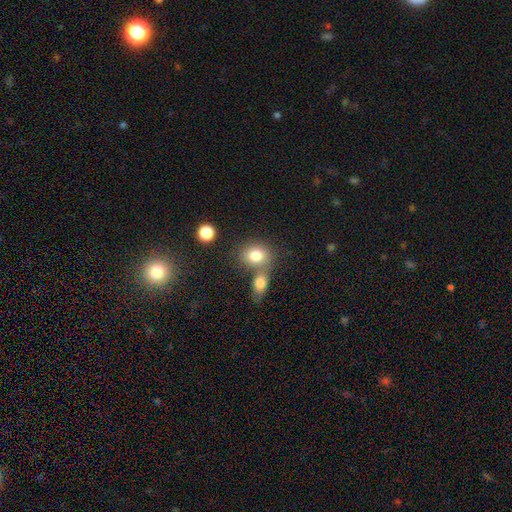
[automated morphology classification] Smooth or featured? Predicted: smooth (p=0.80). How rounded? Predicted: round (p=0.54). Merging? Predicted: none (p=0.46).